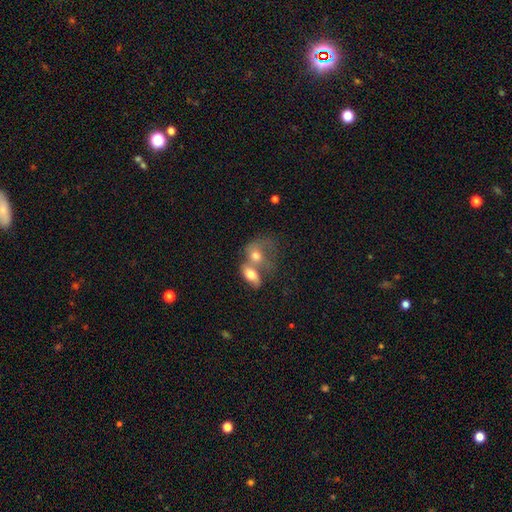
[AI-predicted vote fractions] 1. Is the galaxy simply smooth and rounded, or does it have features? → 65% smooth, 27% featured or disk, 8% star or artifact.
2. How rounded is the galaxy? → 70% in between, 26% round, 4% cigar-shaped.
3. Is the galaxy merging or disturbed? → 73% merger, 13% none, 7% major disturbance, 6% minor disturbance.